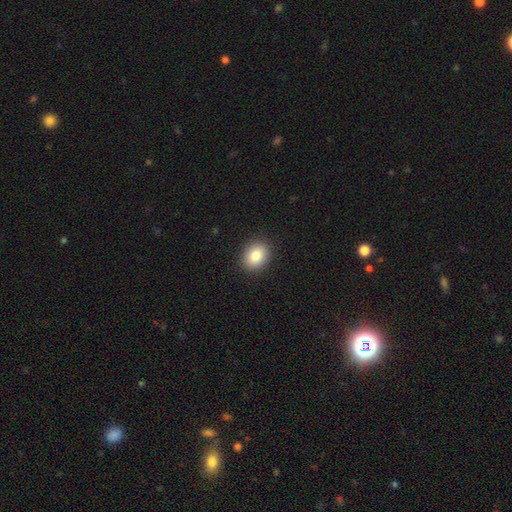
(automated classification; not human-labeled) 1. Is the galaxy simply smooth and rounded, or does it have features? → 84% smooth, 9% star or artifact, 7% featured or disk.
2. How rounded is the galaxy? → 50% round, 49% in between, 1% cigar-shaped.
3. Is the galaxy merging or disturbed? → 90% none, 7% minor disturbance, 2% major disturbance, 1% merger.